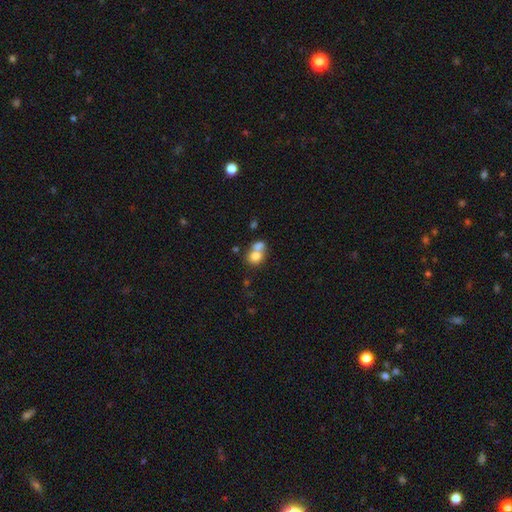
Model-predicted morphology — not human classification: Smooth or featured?
  - smooth: 74% *
  - featured or disk: 16%
  - star or artifact: 10%
How rounded?
  - round: 66% *
  - in between: 33%
  - cigar-shaped: 1%
Merging?
  - merger: 62% *
  - none: 28%
  - minor disturbance: 7%
  - major disturbance: 4%